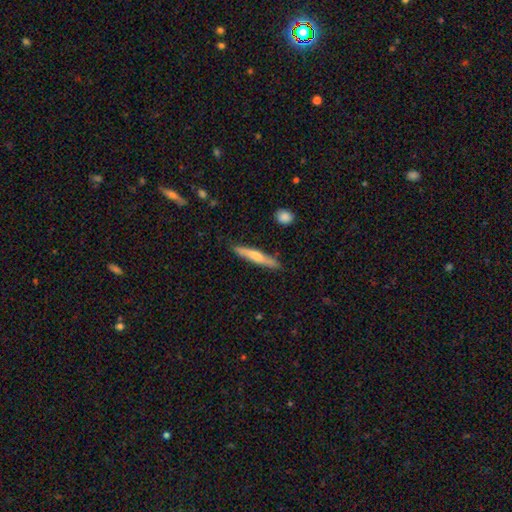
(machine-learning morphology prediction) Smooth or featured? smooth (55%)
How rounded? cigar-shaped (93%)
Merging? none (86%)